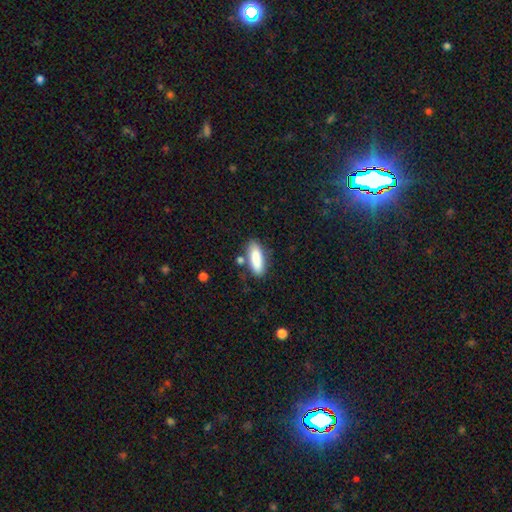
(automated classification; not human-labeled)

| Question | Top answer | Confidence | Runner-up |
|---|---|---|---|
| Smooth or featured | smooth | 86% | featured or disk (7%) |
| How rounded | in between | 64% | cigar-shaped (34%) |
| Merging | none | 73% | minor disturbance (15%) |